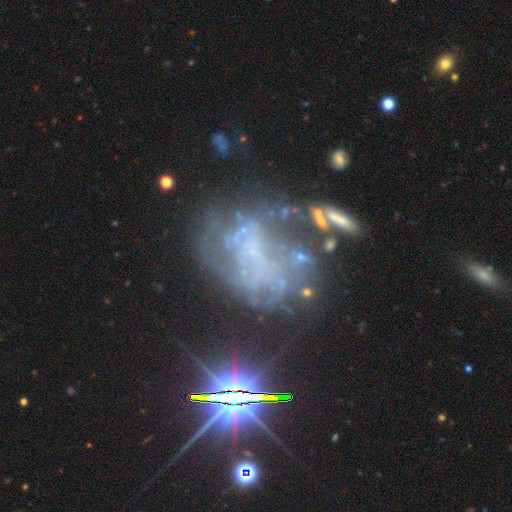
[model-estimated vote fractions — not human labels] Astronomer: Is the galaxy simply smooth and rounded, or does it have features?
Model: featured or disk — 61%.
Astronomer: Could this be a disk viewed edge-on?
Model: no — 97%.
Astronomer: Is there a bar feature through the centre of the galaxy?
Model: no — 72%.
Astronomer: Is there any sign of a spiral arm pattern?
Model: no — 53% (runner-up: yes, 47%).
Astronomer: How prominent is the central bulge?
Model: none — 74%.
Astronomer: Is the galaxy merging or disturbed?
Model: none — 40% (runner-up: major disturbance, 33%).